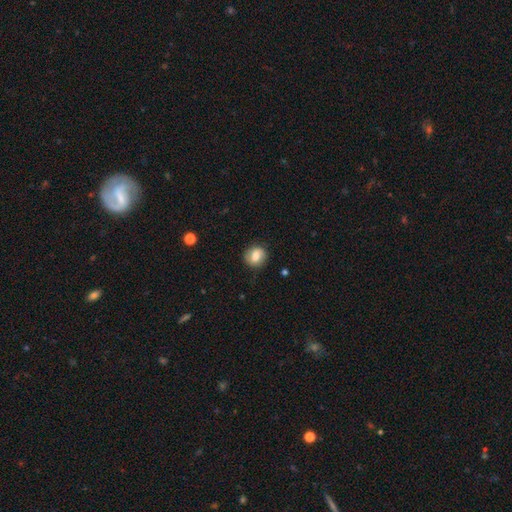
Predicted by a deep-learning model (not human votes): smooth_or_featured: smooth (p=0.72) [alt: featured or disk p=0.19]
how_rounded: round (p=0.78) [alt: in between p=0.20]
merging: none (p=0.86) [alt: minor disturbance p=0.10]